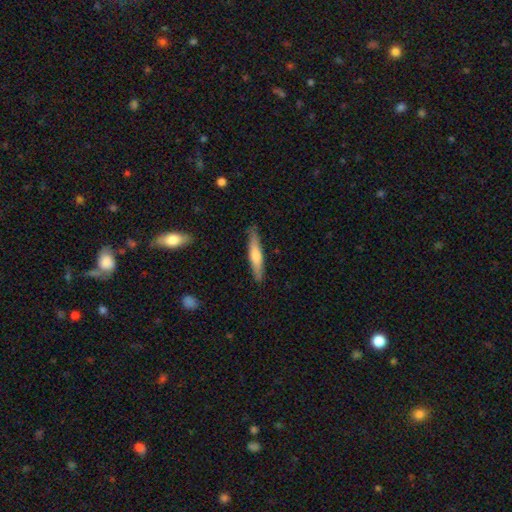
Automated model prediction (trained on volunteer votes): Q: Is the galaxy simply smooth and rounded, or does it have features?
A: smooth — 54%.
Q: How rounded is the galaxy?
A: cigar-shaped — 90%.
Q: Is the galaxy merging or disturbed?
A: none — 87%.